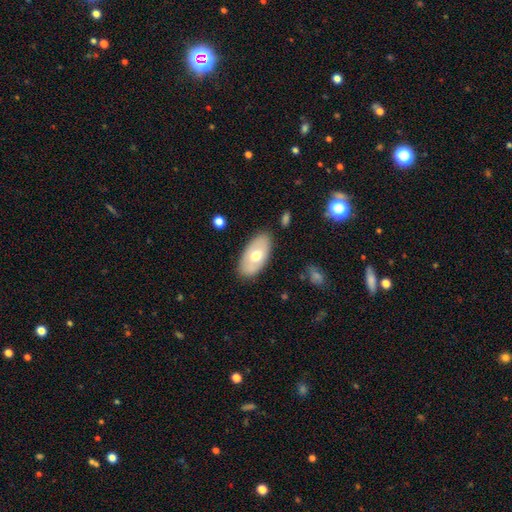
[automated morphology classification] This appears to be a smooth galaxy with no disk features (56%) that is in between round and cigar-shaped (94%). Merging: none (83%).